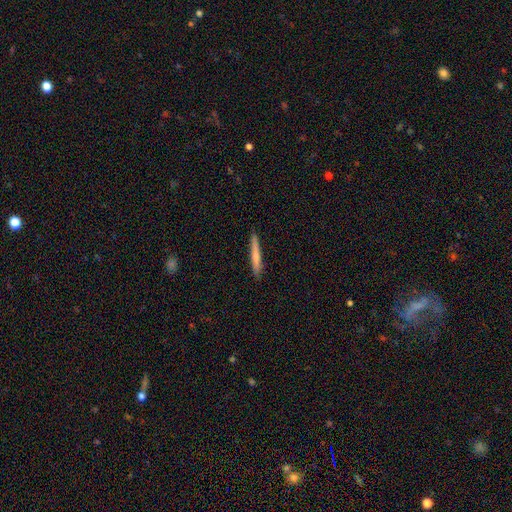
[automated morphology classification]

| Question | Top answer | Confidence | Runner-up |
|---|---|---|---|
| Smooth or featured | smooth | 68% | featured or disk (26%) |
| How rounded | cigar-shaped | 96% | in between (3%) |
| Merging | none | 89% | minor disturbance (8%) |